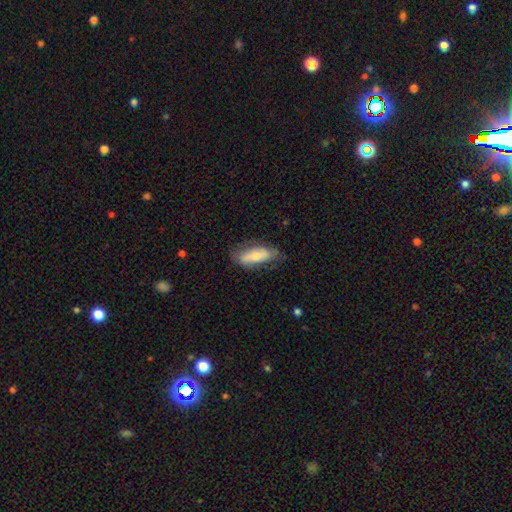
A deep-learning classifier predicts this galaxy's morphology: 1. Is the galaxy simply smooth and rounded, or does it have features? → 62% smooth, 32% featured or disk, 6% star or artifact.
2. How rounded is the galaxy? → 70% in between, 28% cigar-shaped, 3% round.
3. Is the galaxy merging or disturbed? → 68% none, 23% minor disturbance, 7% major disturbance, 2% merger.